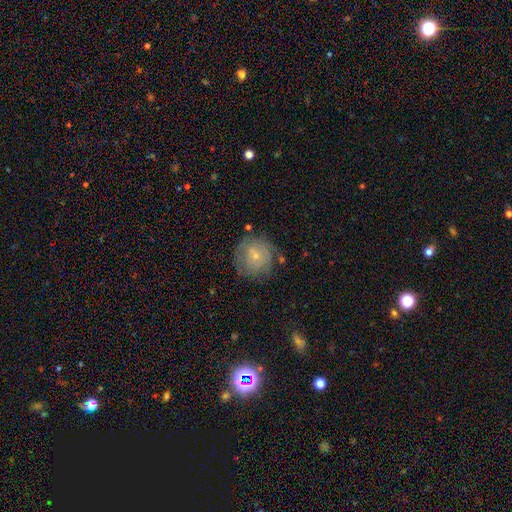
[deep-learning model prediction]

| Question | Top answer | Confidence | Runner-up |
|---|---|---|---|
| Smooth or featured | smooth | 52% | featured or disk (39%) |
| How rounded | round | 89% | in between (10%) |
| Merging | none | 65% | minor disturbance (21%) |